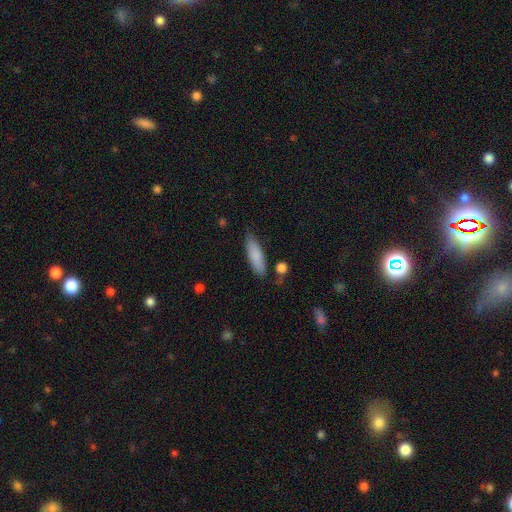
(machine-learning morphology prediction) Q: Smooth or featured?
A: smooth (84%); runner-up: featured or disk (10%)
Q: How rounded?
A: cigar-shaped (51%); runner-up: in between (47%)
Q: Merging?
A: none (77%); runner-up: minor disturbance (15%)